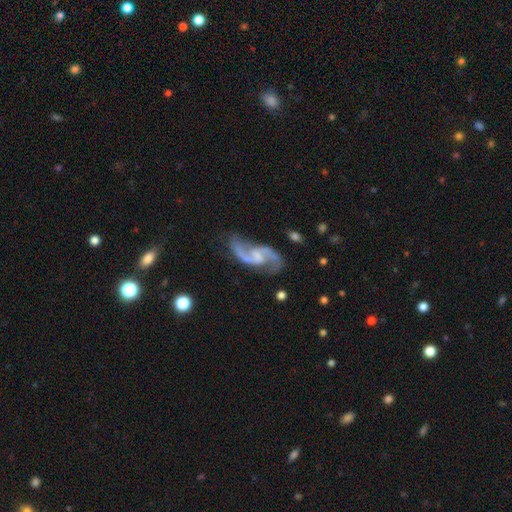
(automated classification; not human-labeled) Smooth or featured?
  - featured or disk: 91% *
  - smooth: 5%
  - star or artifact: 5%
Edge-on disk?
  - no: 98% *
  - yes: 2%
Bar?
  - weak: 48% *
  - no: 37%
  - strong: 15%
Spiral arms?
  - yes: 97% *
  - no: 3%
Spiral winding?
  - loose: 57% *
  - medium: 36%
  - tight: 7%
Spiral arm count?
  - 2: 93% *
  - can't tell: 2%
  - 1: 2%
  - 3: 1%
  - 4: 1%
  - more than 4: 1%
Bulge size?
  - none: 51% *
  - small: 29%
  - moderate: 16%
  - large: 3%
  - dominant: 1%
Merging?
  - none: 69% *
  - minor disturbance: 18%
  - major disturbance: 10%
  - merger: 3%